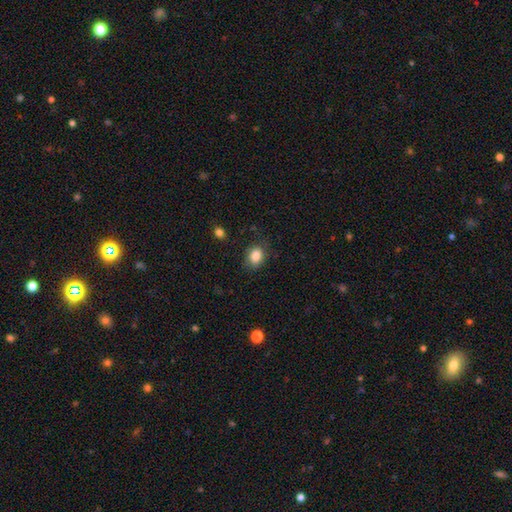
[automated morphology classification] smooth_or_featured: smooth (p=0.85) [alt: star or artifact p=0.09]
how_rounded: in between (p=0.61) [alt: round p=0.38]
merging: none (p=0.78) [alt: minor disturbance p=0.16]